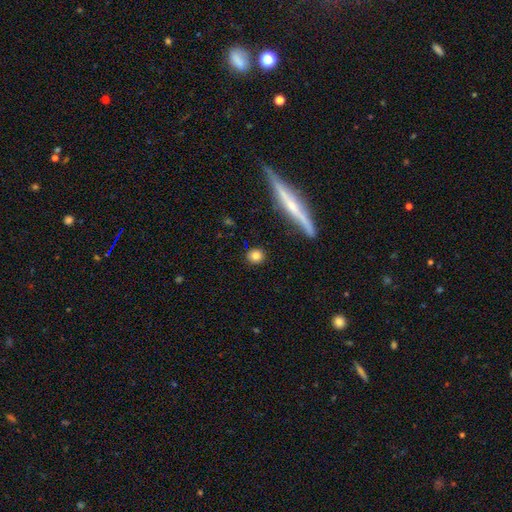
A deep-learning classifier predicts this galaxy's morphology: type=smooth (80%); roundness=round (83%); merging=none (89%).